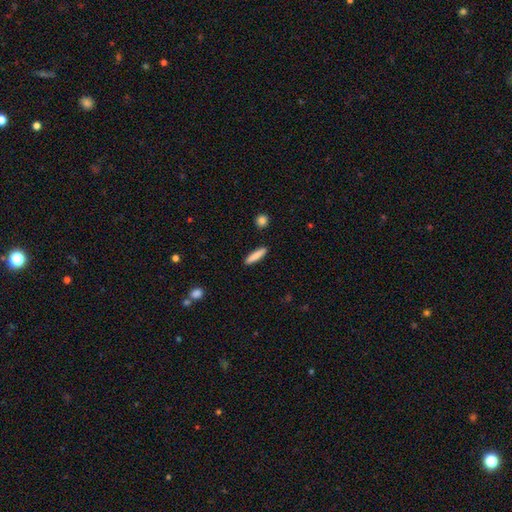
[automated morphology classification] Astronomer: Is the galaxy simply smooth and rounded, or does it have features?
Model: smooth — 84%.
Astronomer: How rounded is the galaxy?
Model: cigar-shaped — 84%.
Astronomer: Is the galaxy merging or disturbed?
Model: none — 90%.